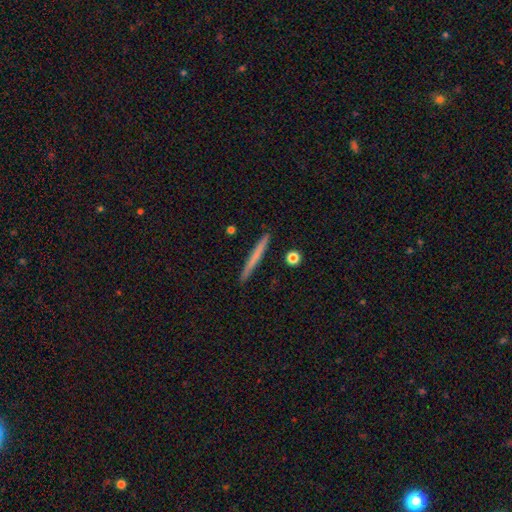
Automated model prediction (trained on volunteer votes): Smooth or featured? Predicted: smooth (p=0.63). How rounded? Predicted: cigar-shaped (p=0.97). Merging? Predicted: none (p=0.92).